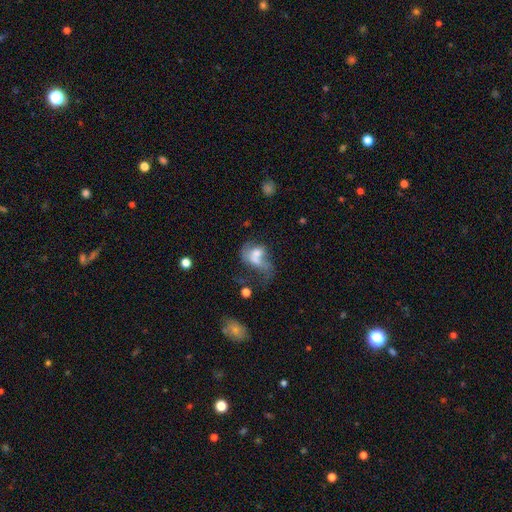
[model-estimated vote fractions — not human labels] Smooth or featured? smooth (47%)
Merging? merger (47%)